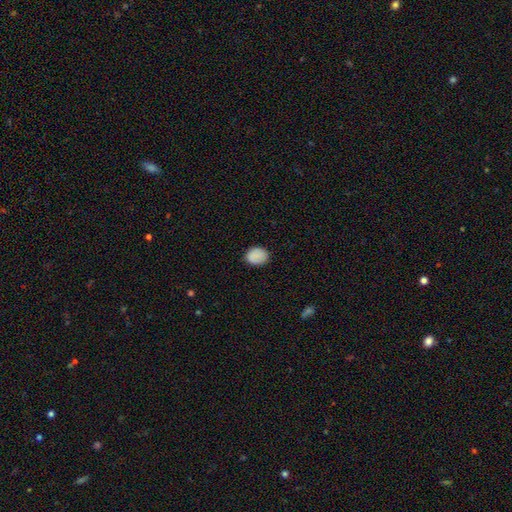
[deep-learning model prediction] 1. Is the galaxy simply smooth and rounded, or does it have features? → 88% smooth, 8% star or artifact, 4% featured or disk.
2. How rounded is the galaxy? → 52% round, 47% in between, 1% cigar-shaped.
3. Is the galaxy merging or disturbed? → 86% none, 11% minor disturbance, 2% major disturbance, 1% merger.